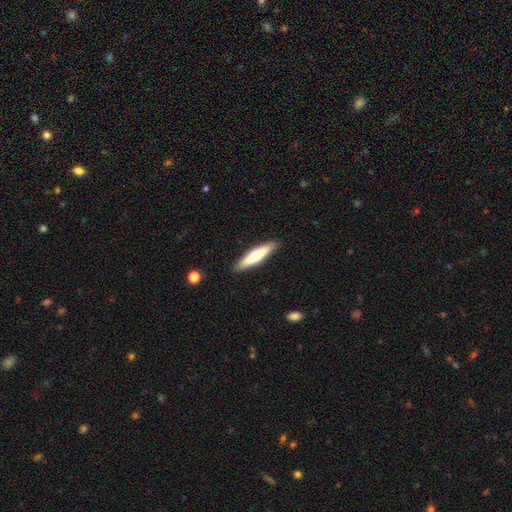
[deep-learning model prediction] Q: Smooth or featured?
A: smooth (56%); runner-up: featured or disk (39%)
Q: How rounded?
A: cigar-shaped (79%); runner-up: in between (20%)
Q: Merging?
A: none (90%); runner-up: minor disturbance (7%)